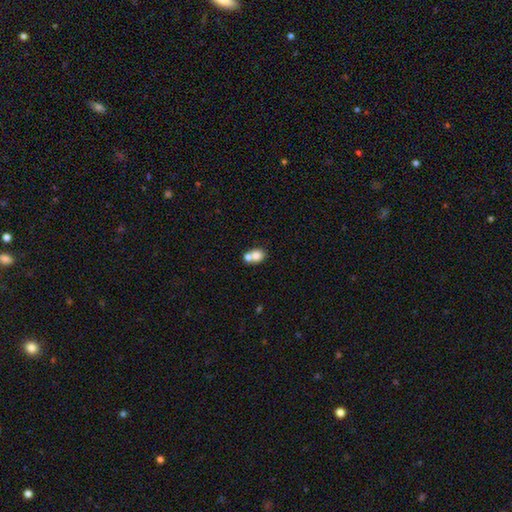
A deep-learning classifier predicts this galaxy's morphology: This appears to be a smooth galaxy with no disk features (77%) that is round (62%). Merging: merger (55%).